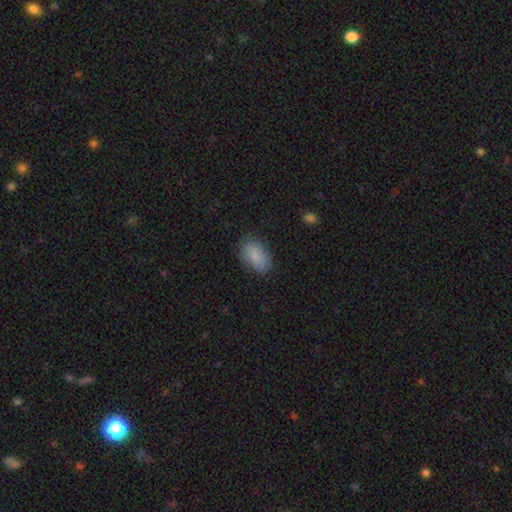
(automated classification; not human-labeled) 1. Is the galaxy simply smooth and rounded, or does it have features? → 85% smooth, 7% star or artifact, 7% featured or disk.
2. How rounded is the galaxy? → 91% in between, 6% round, 2% cigar-shaped.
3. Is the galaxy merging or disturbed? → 76% none, 18% minor disturbance, 5% major disturbance, 1% merger.